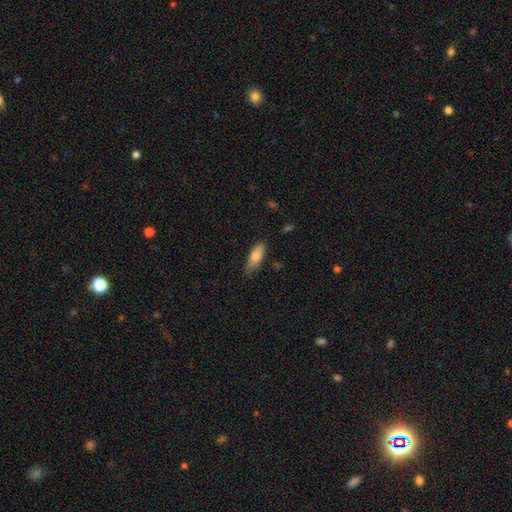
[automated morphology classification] smooth_or_featured: smooth (p=0.78) [alt: featured or disk p=0.15]
how_rounded: in between (p=0.73) [alt: cigar-shaped p=0.25]
merging: none (p=0.67) [alt: minor disturbance p=0.27]